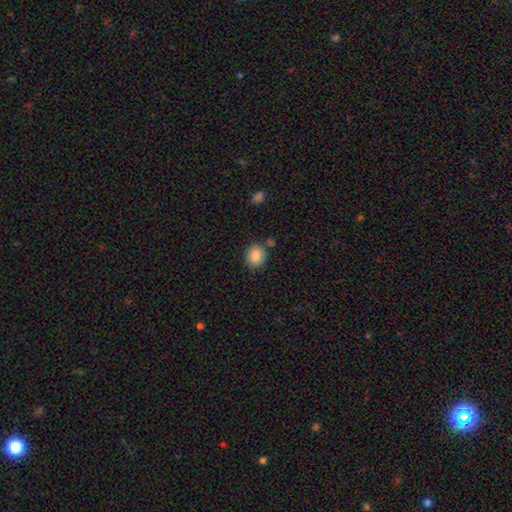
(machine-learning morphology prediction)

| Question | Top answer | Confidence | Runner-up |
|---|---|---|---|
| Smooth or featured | smooth | 87% | star or artifact (8%) |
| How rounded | round | 72% | in between (28%) |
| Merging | none | 80% | minor disturbance (11%) |